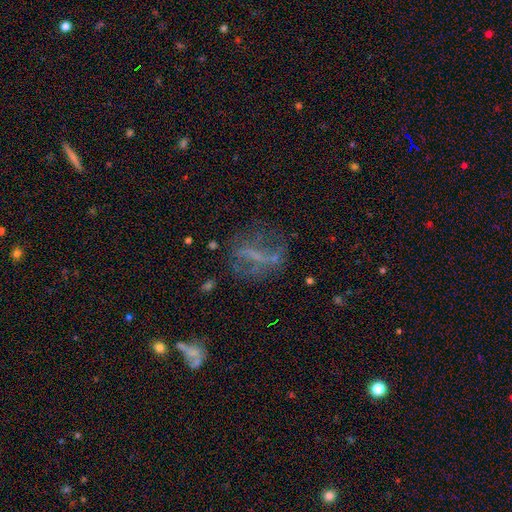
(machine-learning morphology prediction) This appears to be a featured or disk galaxy (53%). Merging: none (53%).